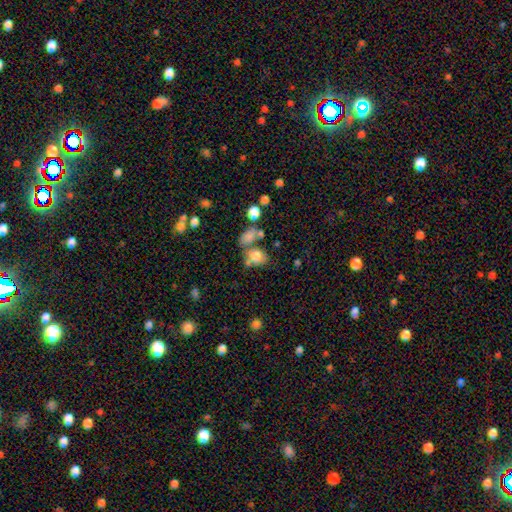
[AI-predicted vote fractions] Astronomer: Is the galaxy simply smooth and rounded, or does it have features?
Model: smooth — 76%.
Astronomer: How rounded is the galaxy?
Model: in between — 60% (runner-up: round, 39%).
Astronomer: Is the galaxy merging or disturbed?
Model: none — 45% (runner-up: merger, 33%).